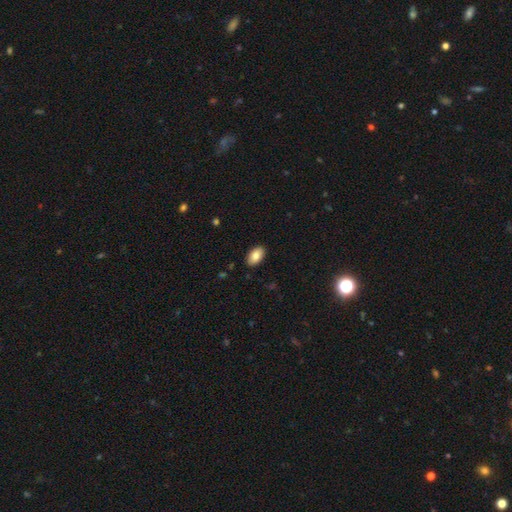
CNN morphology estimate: Smooth or featured: smooth — 85% (featured or disk — 9%)
How rounded: in between — 94% (round — 4%)
Merging: none — 89% (minor disturbance — 8%)